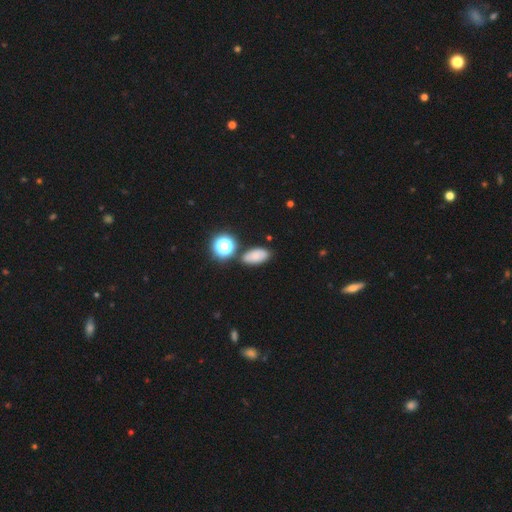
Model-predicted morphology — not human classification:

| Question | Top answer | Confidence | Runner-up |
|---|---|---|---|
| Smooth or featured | smooth | 73% | star or artifact (17%) |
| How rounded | in between | 85% | round (12%) |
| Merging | none | 78% | minor disturbance (12%) |